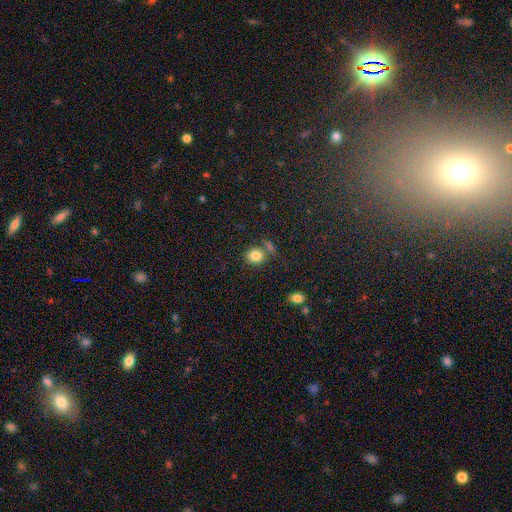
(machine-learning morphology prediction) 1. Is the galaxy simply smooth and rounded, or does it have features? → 83% smooth, 11% star or artifact, 7% featured or disk.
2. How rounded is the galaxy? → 72% round, 27% in between, 1% cigar-shaped.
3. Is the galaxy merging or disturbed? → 69% none, 15% merger, 12% minor disturbance, 4% major disturbance.